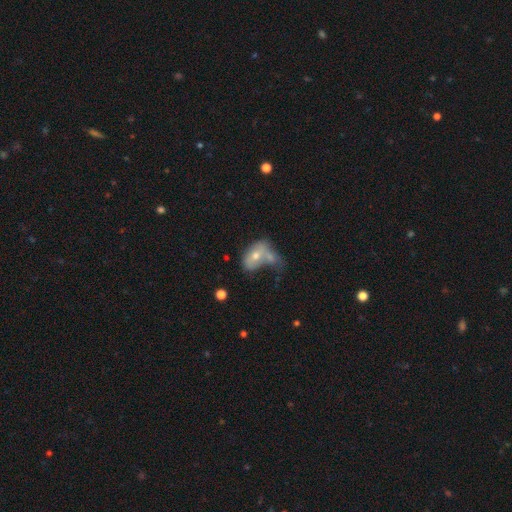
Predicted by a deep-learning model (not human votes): Morphology: type=smooth (53%); roundness=in between (84%); merging=merger (44%).